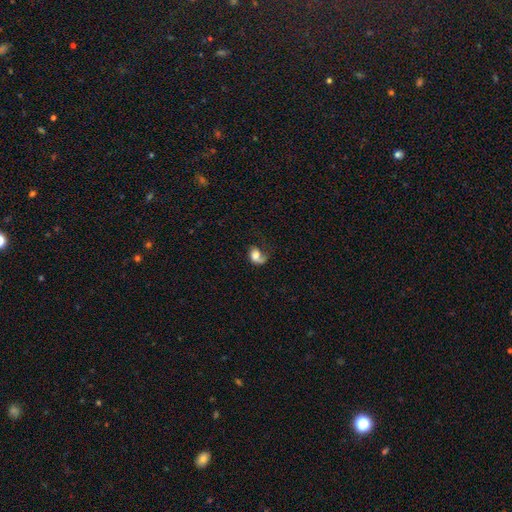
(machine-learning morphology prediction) type=smooth (52%); roundness=in between (69%); merging=major disturbance (40%).